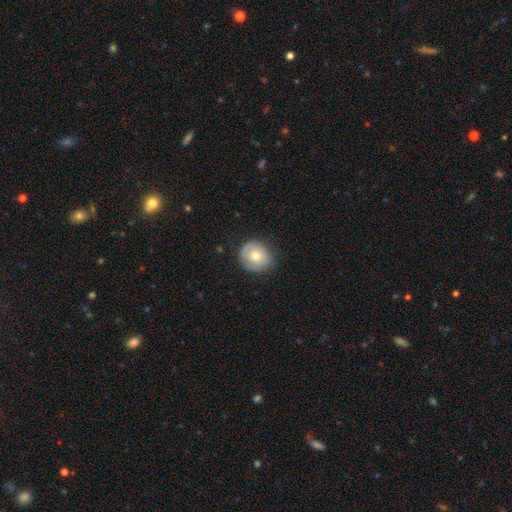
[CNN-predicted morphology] The model was most divided on "smooth or featured": smooth: 70%, featured or disk: 23%, star or artifact: 7%. More confident: how rounded — round (87%); merging — none (77%).